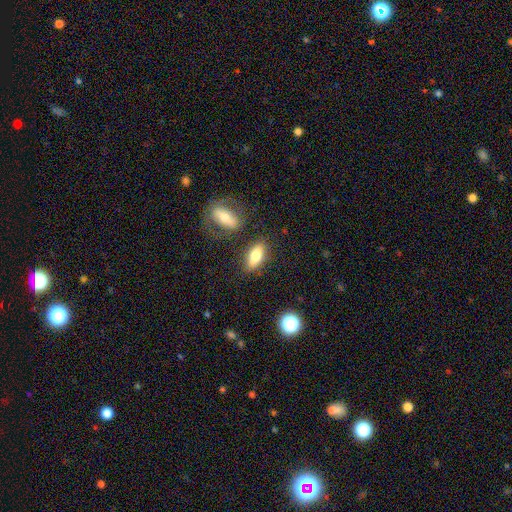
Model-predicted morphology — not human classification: type=smooth (74%); roundness=in between (77%); merging=none (79%).